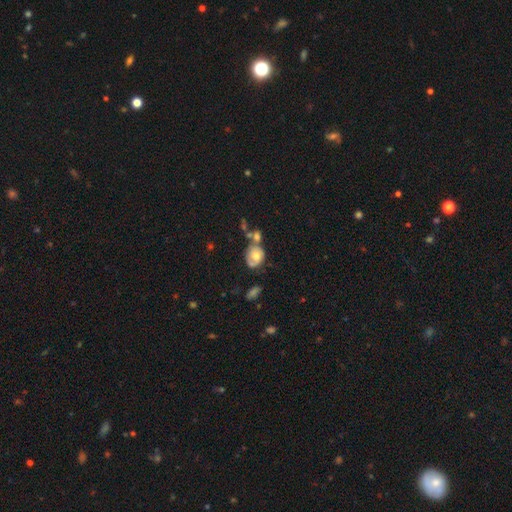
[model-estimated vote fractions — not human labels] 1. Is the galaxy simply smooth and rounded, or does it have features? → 54% smooth, 37% featured or disk, 9% star or artifact.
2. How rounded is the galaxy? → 50% round, 49% in between, 1% cigar-shaped.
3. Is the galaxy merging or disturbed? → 33% none, 31% merger, 22% minor disturbance, 14% major disturbance.